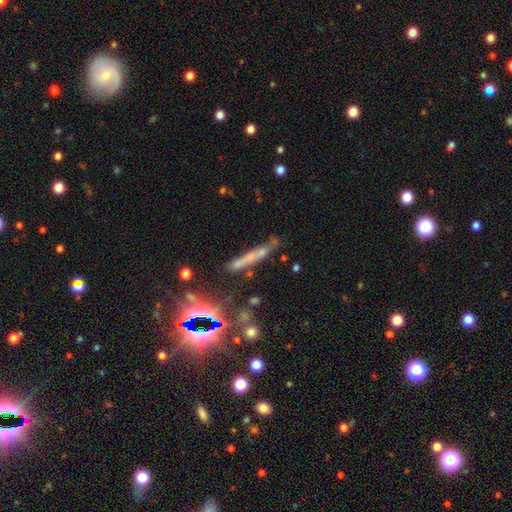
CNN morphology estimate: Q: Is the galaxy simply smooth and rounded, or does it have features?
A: smooth — 39%.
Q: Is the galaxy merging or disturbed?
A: none — 59%.